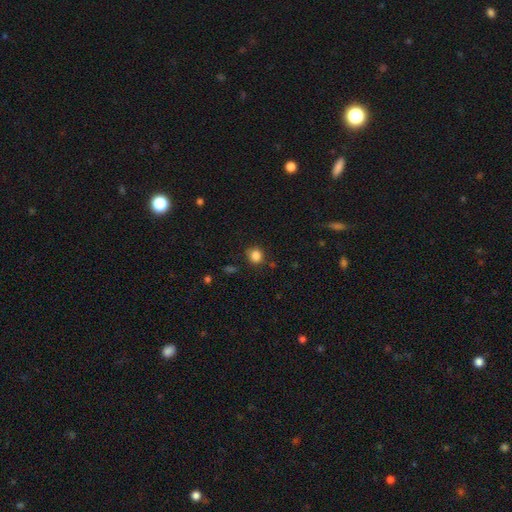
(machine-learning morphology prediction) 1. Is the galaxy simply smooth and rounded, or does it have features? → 85% smooth, 11% star or artifact, 4% featured or disk.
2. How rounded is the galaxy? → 79% round, 20% in between, 1% cigar-shaped.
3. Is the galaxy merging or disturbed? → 83% none, 12% minor disturbance, 3% major disturbance, 2% merger.